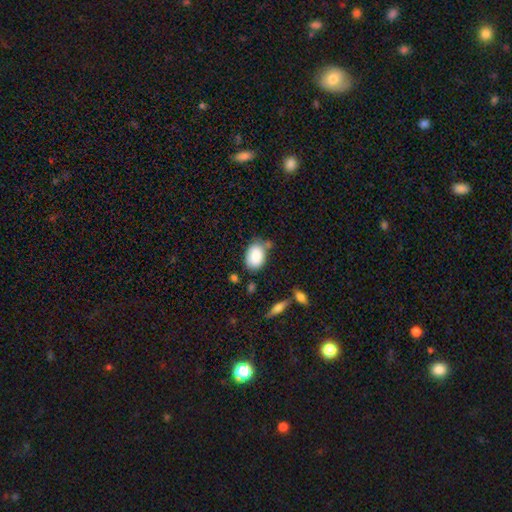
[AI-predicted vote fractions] This appears to be a smooth galaxy with no disk features (86%) that is in between round and cigar-shaped (84%). Merging: none (67%).